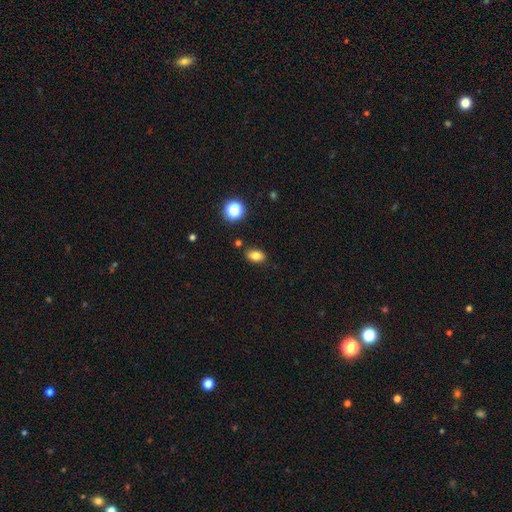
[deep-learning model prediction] smooth-or-featured: smooth: 81% | star or artifact: 12% | featured or disk: 7%
  how-rounded: in between: 85% | round: 13% | cigar-shaped: 2%
  merging: none: 85% | minor disturbance: 10% | merger: 3% | major disturbance: 2%